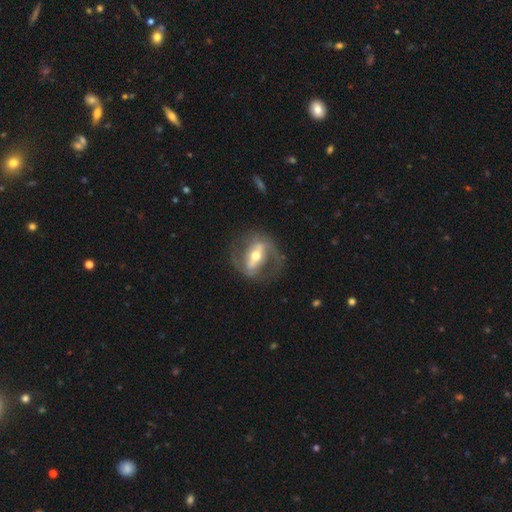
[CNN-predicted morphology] A featured or disk galaxy (81%) with a strong bar (66%), 2 (81%) medium (46%) spiral arms (75%) and a moderate central bulge (66%).

Vote fractions:
- Smooth or featured? featured or disk: 81% / smooth: 14% / star or artifact: 5%
- Edge-on disk? no: 88% / yes: 12%
- Bar? strong: 66% / weak: 21% / no: 13%
- Spiral arms? yes: 75% / no: 25%
- Spiral winding? medium: 46% / loose: 30% / tight: 24%
- Spiral arm count? 2: 81% / can't tell: 9% / 1: 7% / 3: 2% / 4: 1% / more than 4: 1%
- Bulge size? moderate: 66% / small: 26% / large: 7% / dominant: 1% / none: 1%
- Merging? none: 69% / minor disturbance: 16% / major disturbance: 14% / merger: 2%